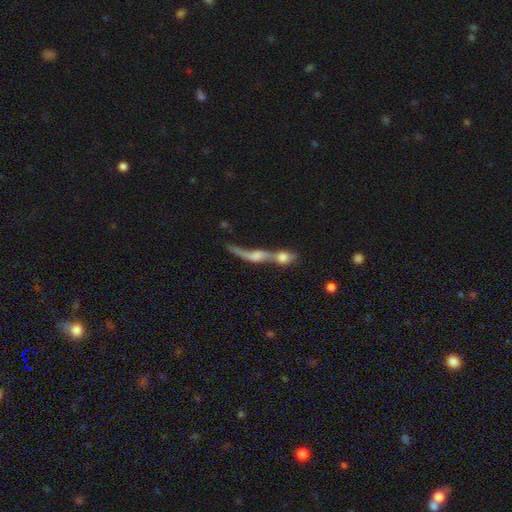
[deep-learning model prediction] Smooth or featured: featured or disk — 51% (smooth — 38%)
Edge-on disk: no — 61% (yes — 39%)
Merging: merger — 76% (none — 12%)